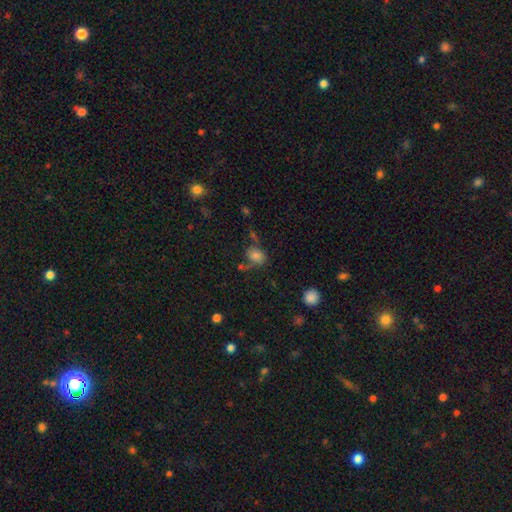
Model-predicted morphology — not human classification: Q: Smooth or featured?
A: smooth (73%); runner-up: star or artifact (14%)
Q: How rounded?
A: in between (55%); runner-up: round (44%)
Q: Merging?
A: none (46%); runner-up: minor disturbance (22%)